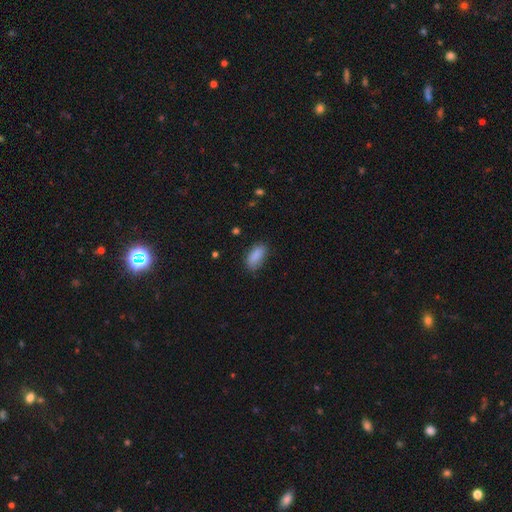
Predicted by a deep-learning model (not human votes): Q: Smooth or featured?
A: smooth (88%); runner-up: star or artifact (7%)
Q: How rounded?
A: in between (87%); runner-up: cigar-shaped (10%)
Q: Merging?
A: none (76%); runner-up: minor disturbance (18%)